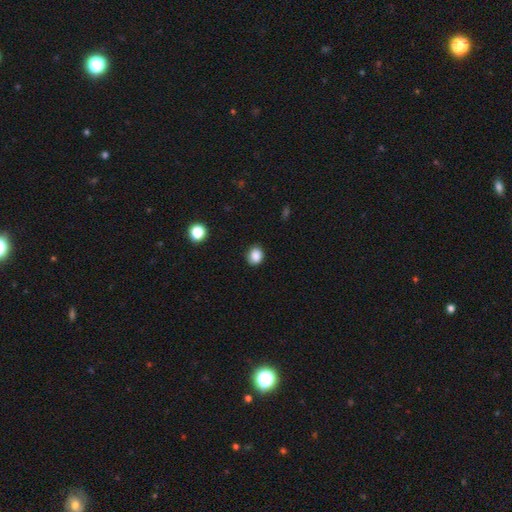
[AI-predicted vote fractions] This is clearly a smooth galaxy (86%). How rounded: likely round (64%). Merging: clearly none (82%).